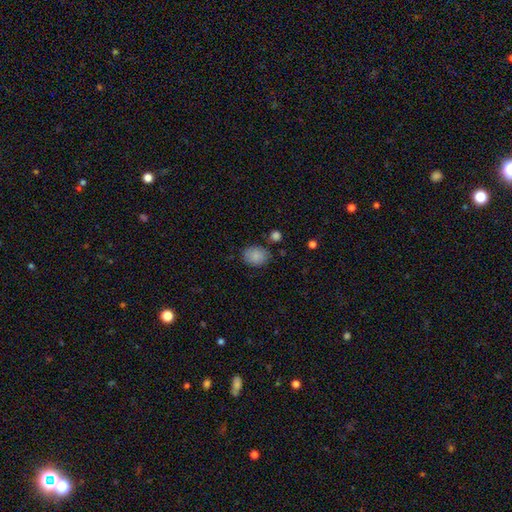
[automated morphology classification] Smooth or featured? Predicted: smooth (p=0.86). How rounded? Predicted: in between (p=0.58). Merging? Predicted: none (p=0.78).